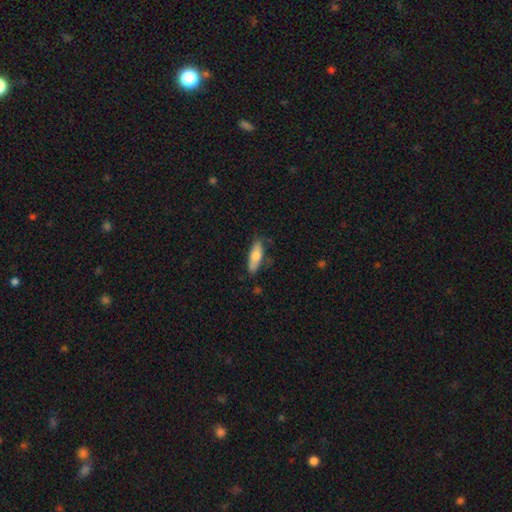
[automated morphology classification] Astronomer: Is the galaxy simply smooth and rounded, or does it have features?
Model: smooth — 70%.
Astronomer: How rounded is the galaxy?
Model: in between — 52% (runner-up: cigar-shaped, 46%).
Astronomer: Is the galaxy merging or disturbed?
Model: none — 73%.